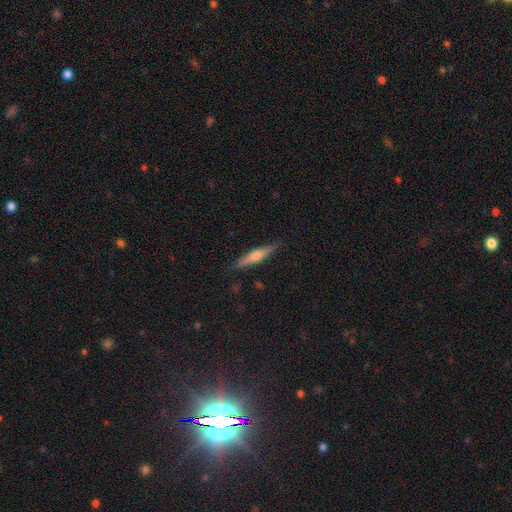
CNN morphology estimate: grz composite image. It shows a featured or disk galaxy (58%) viewed edge-on (97%) with a rounded central bulge (83%). Merging: none (88%).